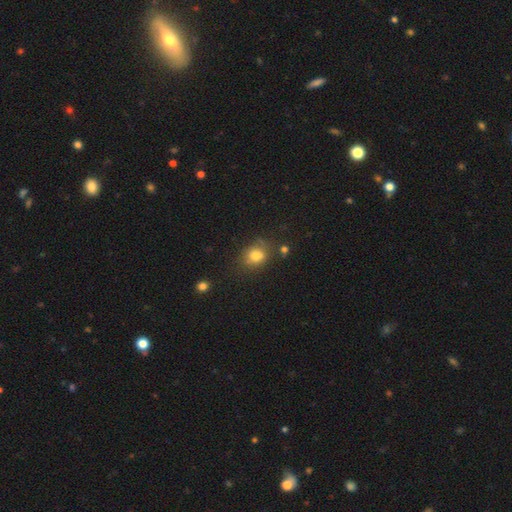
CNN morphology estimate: smooth-or-featured: smooth: 78% | star or artifact: 13% | featured or disk: 9%
  how-rounded: in between: 50% | round: 49% | cigar-shaped: 1%
  merging: none: 62% | minor disturbance: 22% | merger: 9% | major disturbance: 7%